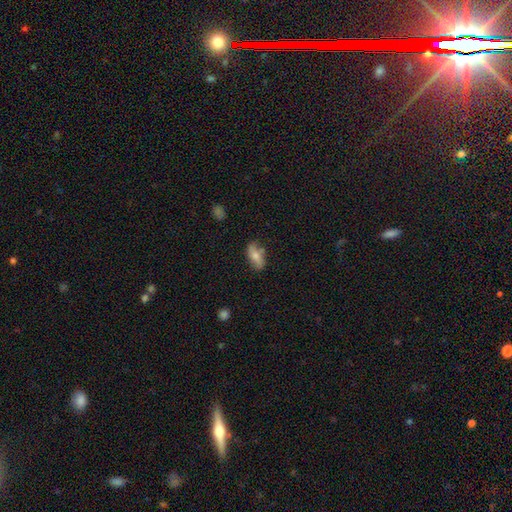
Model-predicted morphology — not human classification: Smooth or featured?
  - smooth: 65% *
  - featured or disk: 27%
  - star or artifact: 7%
How rounded?
  - in between: 83% *
  - cigar-shaped: 13%
  - round: 4%
Merging?
  - none: 72% *
  - minor disturbance: 20%
  - merger: 4%
  - major disturbance: 4%